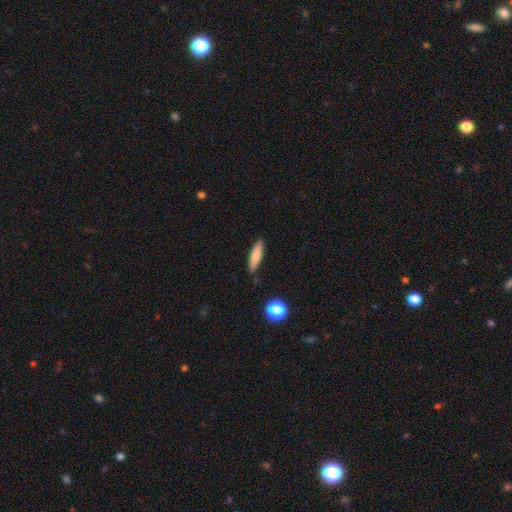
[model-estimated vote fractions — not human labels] This is likely a smooth galaxy (76%). How rounded: likely cigar-shaped (76%). Merging: clearly none (85%).